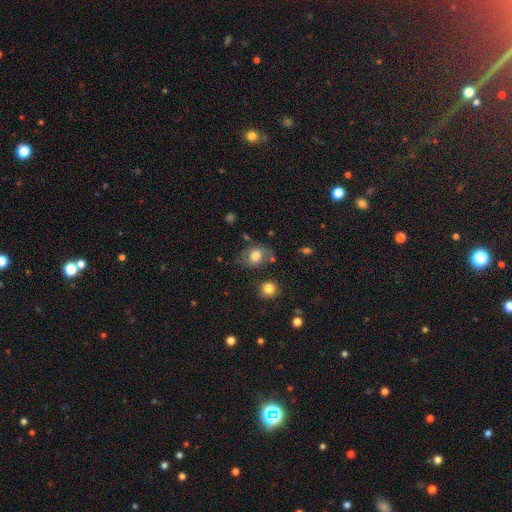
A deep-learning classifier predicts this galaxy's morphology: Overall: smooth (73%). How rounded: in between (58%; round 41%). Merging: none (65%).